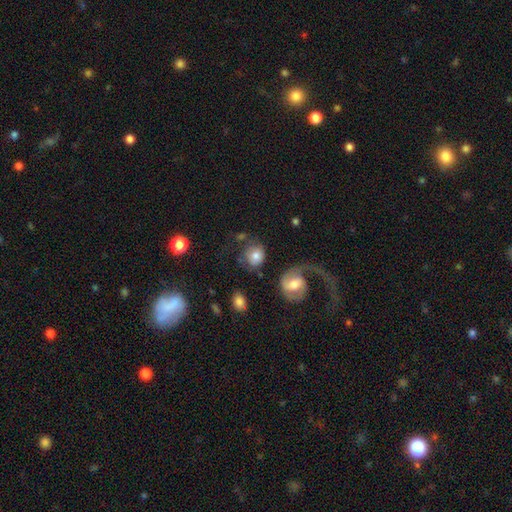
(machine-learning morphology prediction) Smooth or featured? smooth (64%)
How rounded? round (72%)
Merging? none (50%)